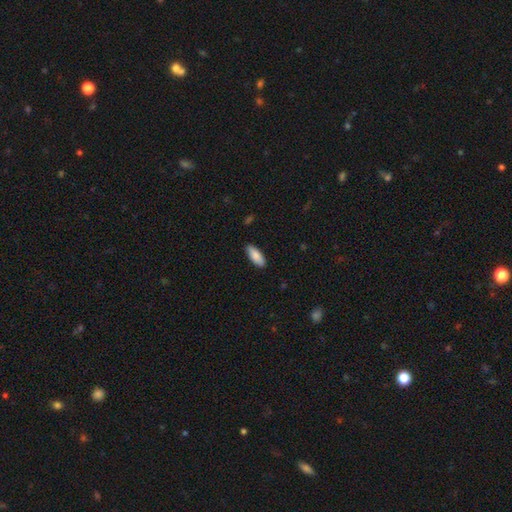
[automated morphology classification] A smooth galaxy with no disk features (88%) that is in between round and cigar-shaped (79%).

Vote fractions:
- Smooth or featured? smooth: 88% / featured or disk: 7% / star or artifact: 6%
- How rounded? in between: 79% / cigar-shaped: 20% / round: 2%
- Merging? none: 88% / minor disturbance: 9% / major disturbance: 2% / merger: 1%